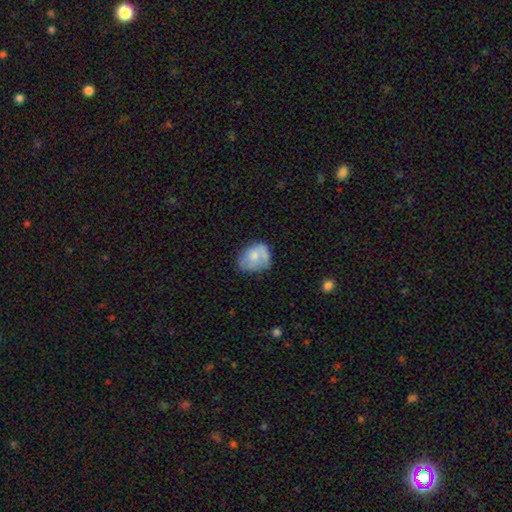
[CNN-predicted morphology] Smooth or featured?
  - smooth: 64% *
  - featured or disk: 29%
  - star or artifact: 7%
How rounded?
  - in between: 63% *
  - round: 36%
  - cigar-shaped: 1%
Merging?
  - none: 43% *
  - minor disturbance: 37%
  - major disturbance: 16%
  - merger: 5%